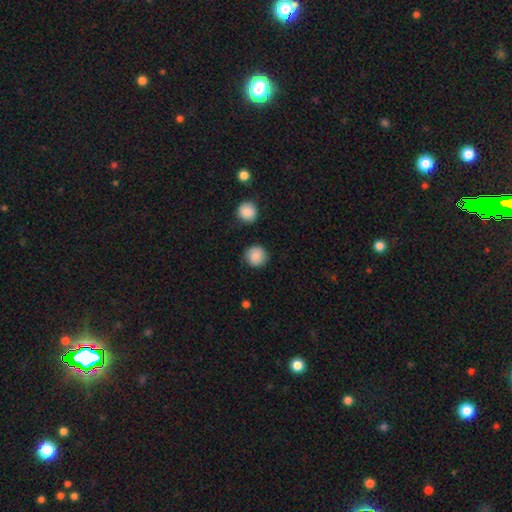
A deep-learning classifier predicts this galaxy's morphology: Smooth or featured? Predicted: smooth (p=0.86). How rounded? Predicted: round (p=0.93). Merging? Predicted: none (p=0.84).